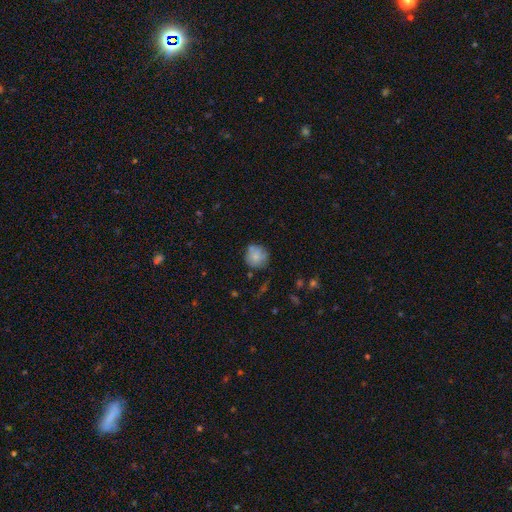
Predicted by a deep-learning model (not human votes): The model was most divided on "merging": none: 68%, minor disturbance: 21%, major disturbance: 6%, merger: 5%. More confident: how rounded — round (88%); smooth or featured — smooth (77%).